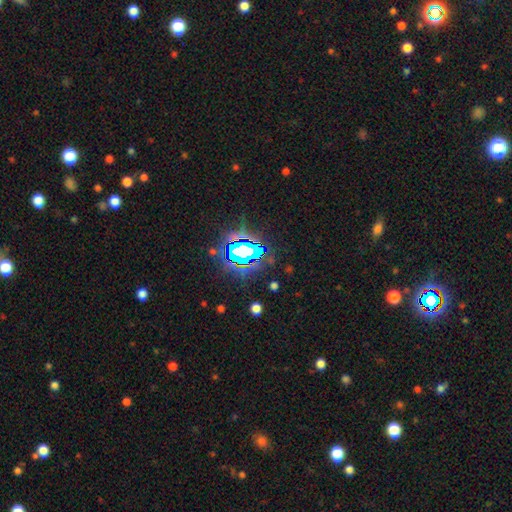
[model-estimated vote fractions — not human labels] Q: Smooth or featured?
A: star or artifact (81%); runner-up: smooth (12%)